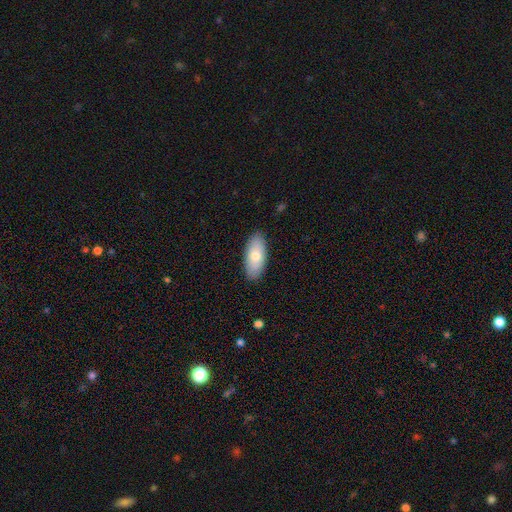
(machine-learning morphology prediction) smooth_or_featured: smooth (p=0.74) [alt: featured or disk p=0.20]
how_rounded: in between (p=0.87) [alt: cigar-shaped p=0.11]
merging: none (p=0.88) [alt: minor disturbance p=0.09]